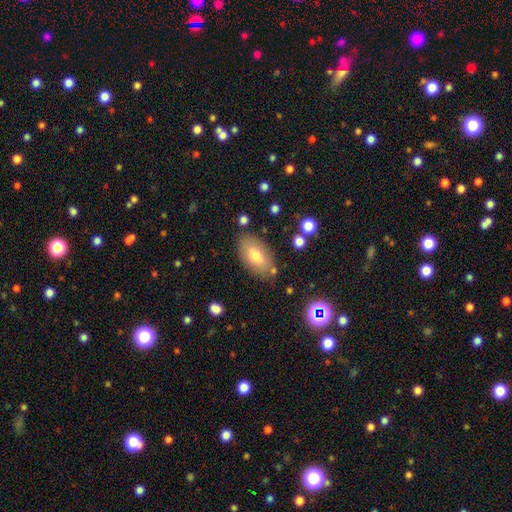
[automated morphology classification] This appears to be a smooth galaxy with no disk features (71%) that is in between round and cigar-shaped (92%). Merging: none (77%).